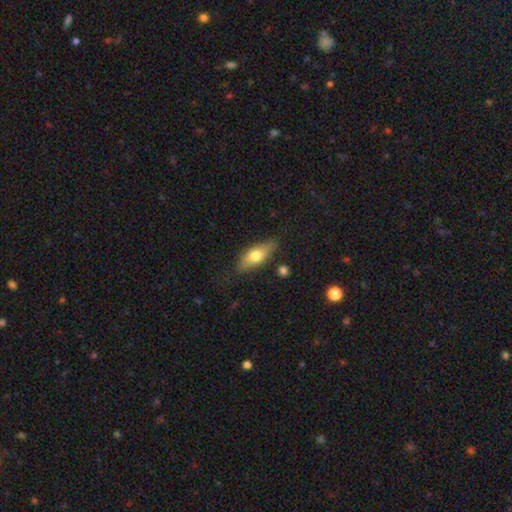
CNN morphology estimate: smooth 66%, featured or disk 28%, star or artifact 6%. Down the decision tree: how rounded — in between (71%); merging — none (79%).